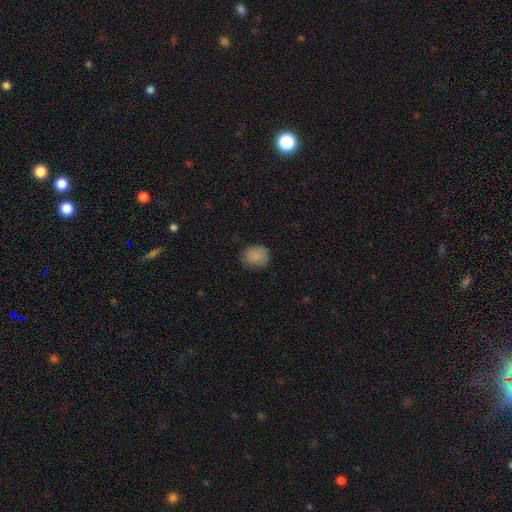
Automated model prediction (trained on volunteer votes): smooth-or-featured: smooth: 86% | star or artifact: 9% | featured or disk: 6%
  how-rounded: round: 67% | in between: 32% | cigar-shaped: 1%
  merging: none: 76% | minor disturbance: 19% | major disturbance: 4% | merger: 1%